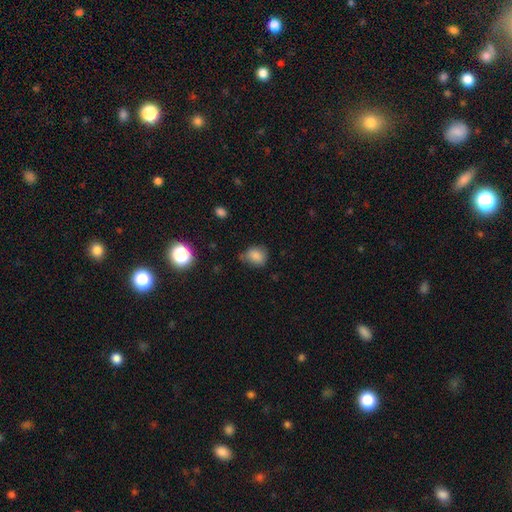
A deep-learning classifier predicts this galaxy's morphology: smooth_or_featured: smooth (p=0.82) [alt: star or artifact p=0.12]
how_rounded: round (p=0.53) [alt: in between p=0.46]
merging: none (p=0.57) [alt: minor disturbance p=0.32]